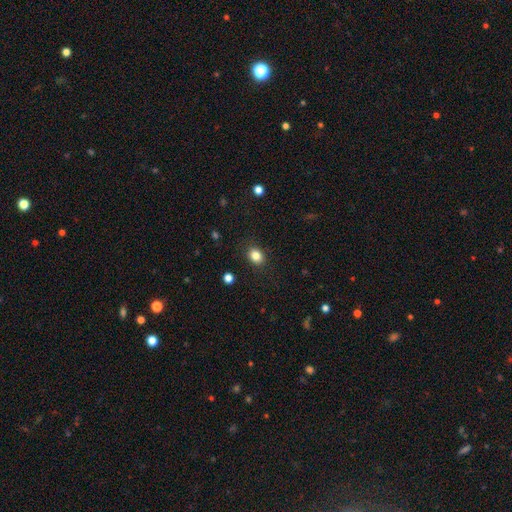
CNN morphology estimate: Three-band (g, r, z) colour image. It shows a smooth galaxy with no disk features (84%) that is in between round and cigar-shaped (53%). Merging: none (88%).